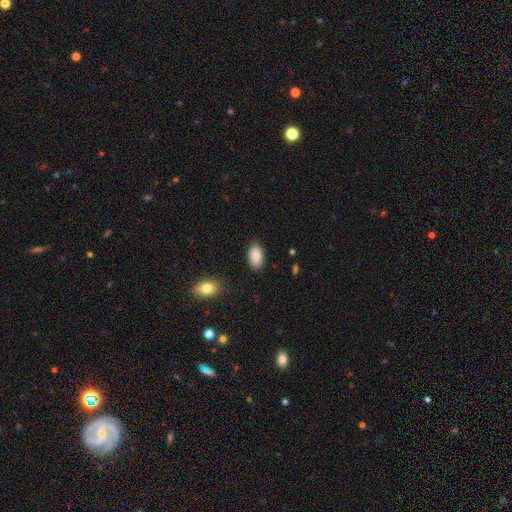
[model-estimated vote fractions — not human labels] A smooth galaxy with no disk features (87%) that is in between round and cigar-shaped (94%). Merging: none (85%).